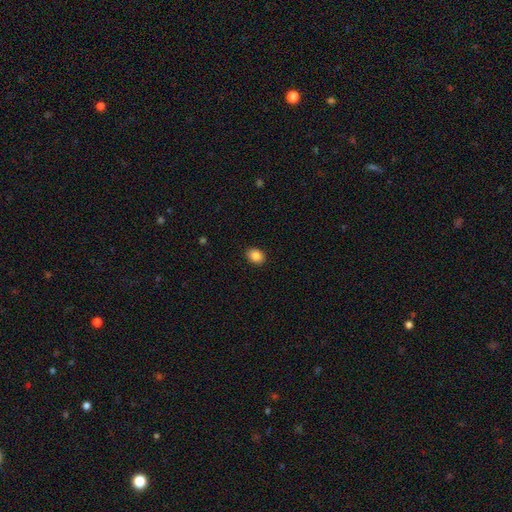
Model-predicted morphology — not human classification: Overall: smooth (87%). How rounded: in between (59%; round 41%). Merging: none (90%).